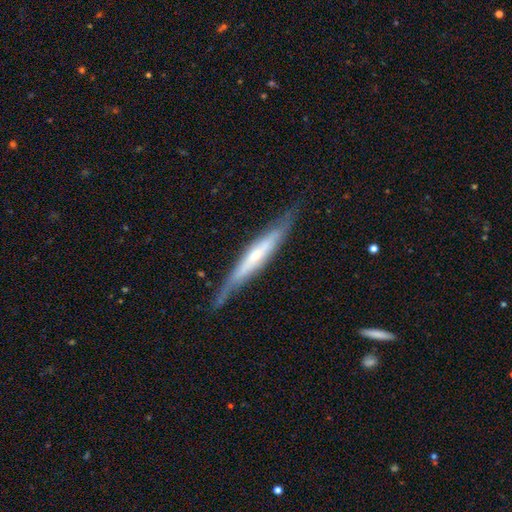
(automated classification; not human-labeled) This appears to be a featured or disk galaxy (64%) viewed edge-on (87%) with a rounded central bulge (50%). Merging: none (78%).